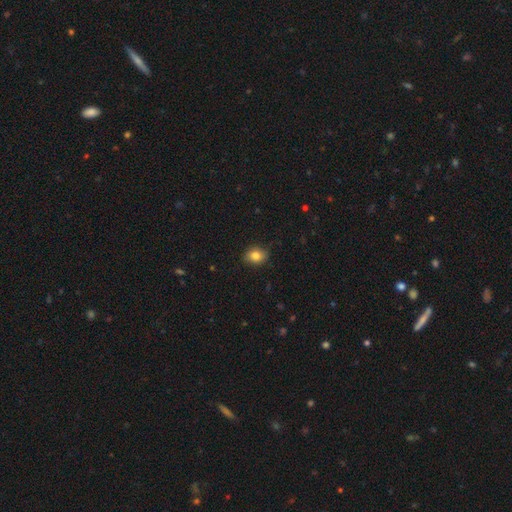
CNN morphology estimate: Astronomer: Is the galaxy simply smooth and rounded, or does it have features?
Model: smooth — 82%.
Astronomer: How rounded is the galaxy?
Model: in between — 56% (runner-up: round, 43%).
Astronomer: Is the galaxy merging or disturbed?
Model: none — 85%.